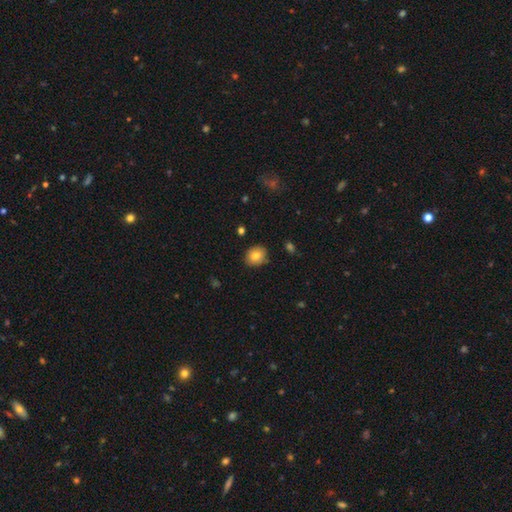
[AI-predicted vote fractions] smooth 79%, featured or disk 12%, star or artifact 9%. Down the decision tree: how rounded — round (64%); merging — none (83%).